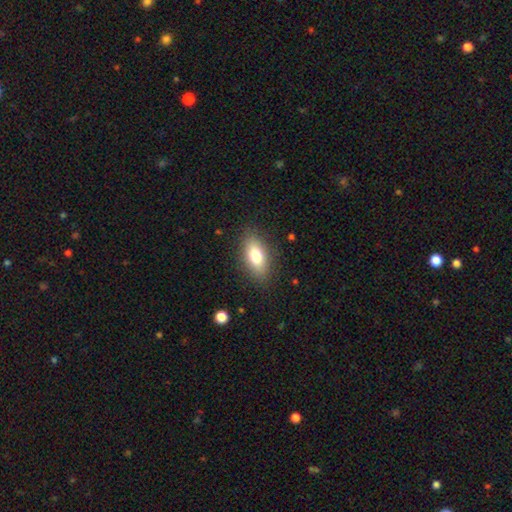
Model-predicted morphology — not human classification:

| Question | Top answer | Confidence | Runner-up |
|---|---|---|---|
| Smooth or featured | smooth | 76% | featured or disk (16%) |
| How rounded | in between | 85% | cigar-shaped (10%) |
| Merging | none | 86% | minor disturbance (10%) |